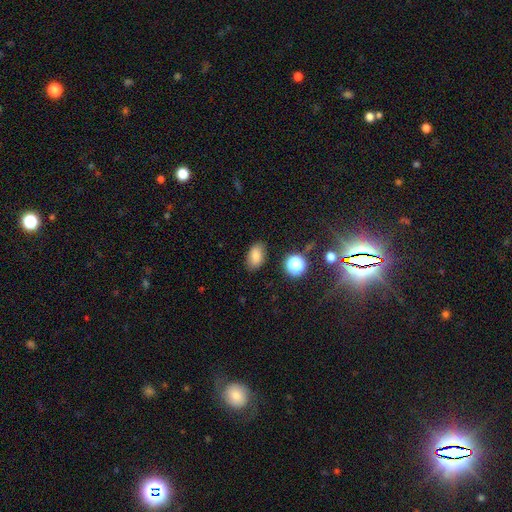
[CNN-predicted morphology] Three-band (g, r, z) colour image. It shows a smooth galaxy with no disk features (78%) that is in between round and cigar-shaped (87%). Merging: none (83%).